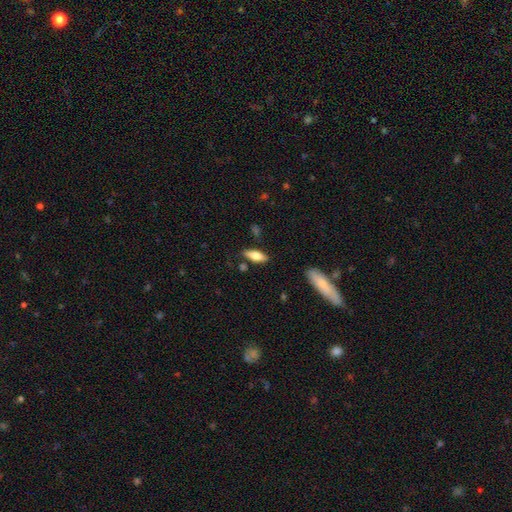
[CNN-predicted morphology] This appears to be a smooth galaxy with no disk features (67%) that is in between round and cigar-shaped (66%). Merging: none (81%).